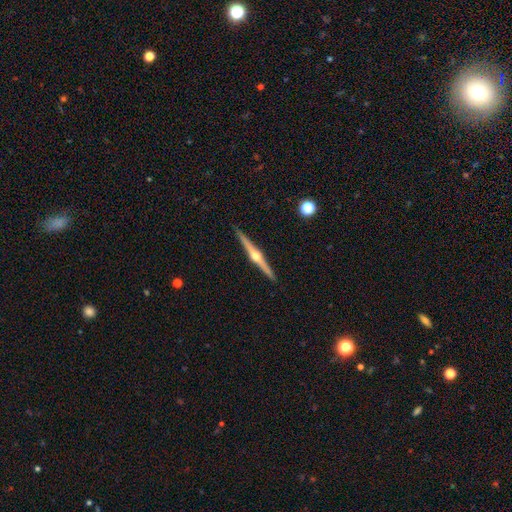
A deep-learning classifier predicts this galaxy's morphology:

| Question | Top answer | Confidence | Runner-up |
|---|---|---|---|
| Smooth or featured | featured or disk | 84% | smooth (11%) |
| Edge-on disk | yes | 99% | no (1%) |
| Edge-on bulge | rounded | 96% | none (2%) |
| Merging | none | 92% | minor disturbance (5%) |